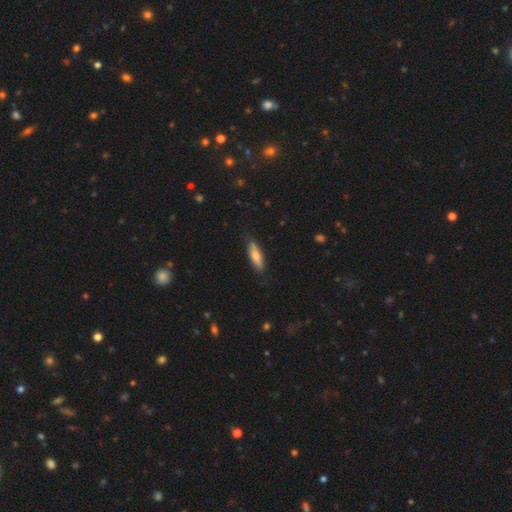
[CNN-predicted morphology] This is likely a smooth galaxy (68%). How rounded: possibly cigar-shaped (58%). Merging: clearly none (82%).